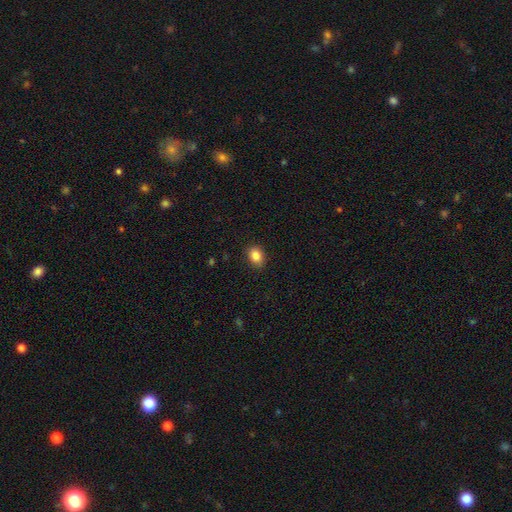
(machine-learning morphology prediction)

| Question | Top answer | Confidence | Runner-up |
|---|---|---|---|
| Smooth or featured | smooth | 85% | star or artifact (9%) |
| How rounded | in between | 61% | round (38%) |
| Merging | none | 85% | minor disturbance (11%) |